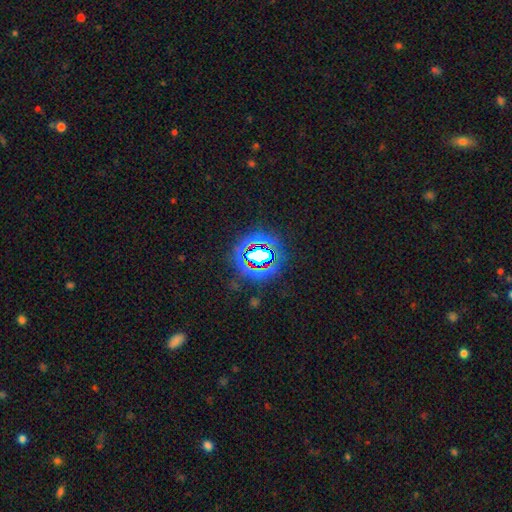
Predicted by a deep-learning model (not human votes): This is likely a star or artifact rather than a galaxy (77%).